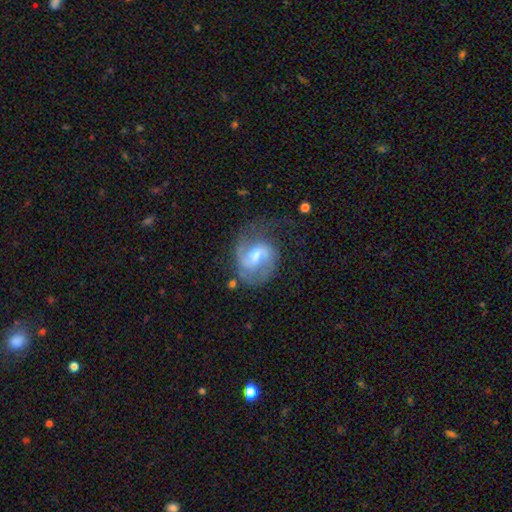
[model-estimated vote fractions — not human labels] Overall: featured or disk (79%). Edge-on disk: no (98%). Bar: weak (59%; no 23%). Spiral arms: yes (92%). Spiral arm count: 2 (71%). Spiral winding: medium (51%; loose 25%). Bulge size: moderate (48%; small 36%). Merging: none (49%; minor disturbance 24%).